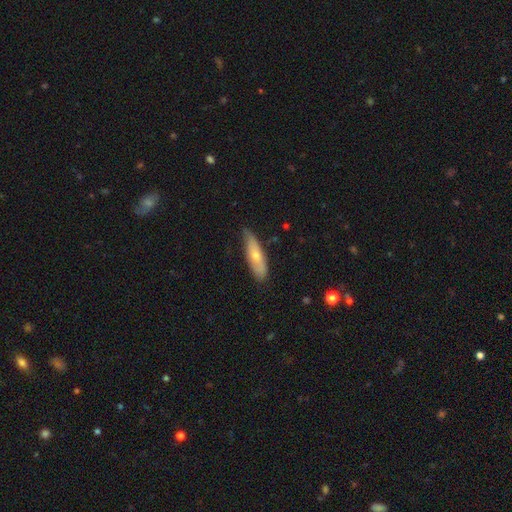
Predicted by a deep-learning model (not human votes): This is likely a smooth galaxy (62%). How rounded: possibly cigar-shaped (58%). Merging: likely none (68%).